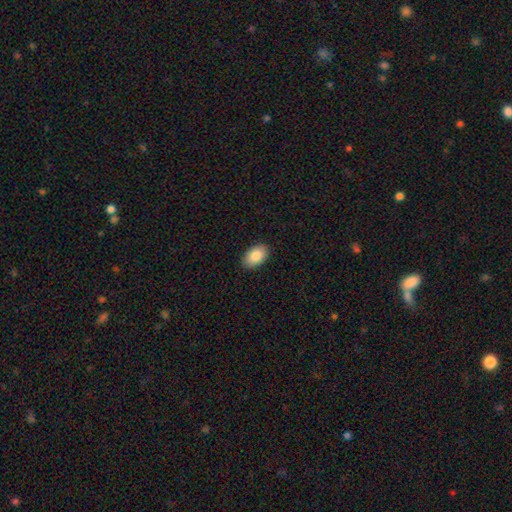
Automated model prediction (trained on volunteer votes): smooth_or_featured: smooth (p=0.87) [alt: featured or disk p=0.07]
how_rounded: in between (p=0.93) [alt: round p=0.06]
merging: none (p=0.89) [alt: minor disturbance p=0.08]